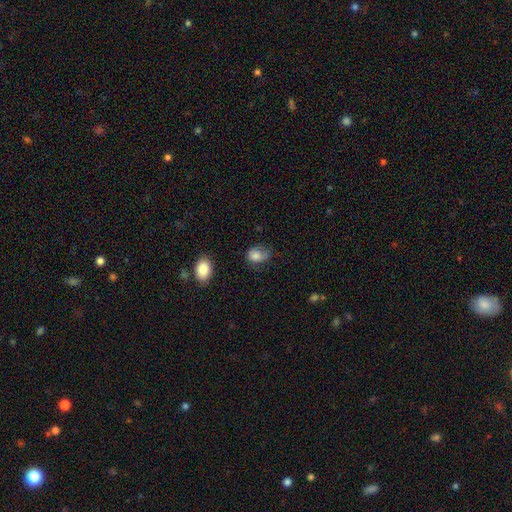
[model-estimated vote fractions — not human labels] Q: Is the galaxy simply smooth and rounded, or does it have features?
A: smooth — 80%.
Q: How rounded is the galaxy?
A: in between — 68%.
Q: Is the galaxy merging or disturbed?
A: none — 42%.